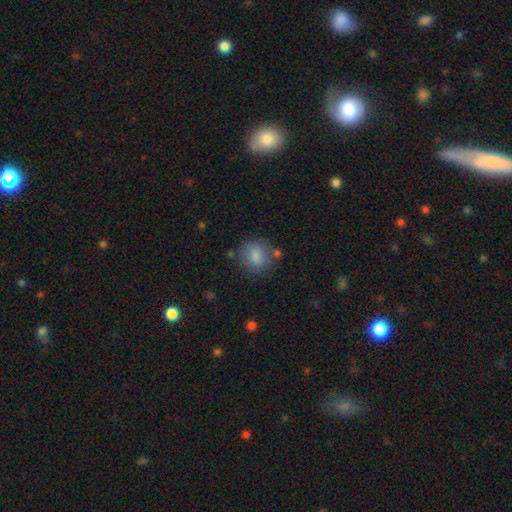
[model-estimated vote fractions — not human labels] A smooth galaxy with no disk features (80%) that is round (74%).

Vote fractions:
- Smooth or featured? smooth: 80% / featured or disk: 12% / star or artifact: 9%
- How rounded? round: 74% / in between: 25% / cigar-shaped: 1%
- Merging? none: 71% / minor disturbance: 17% / merger: 6% / major disturbance: 6%